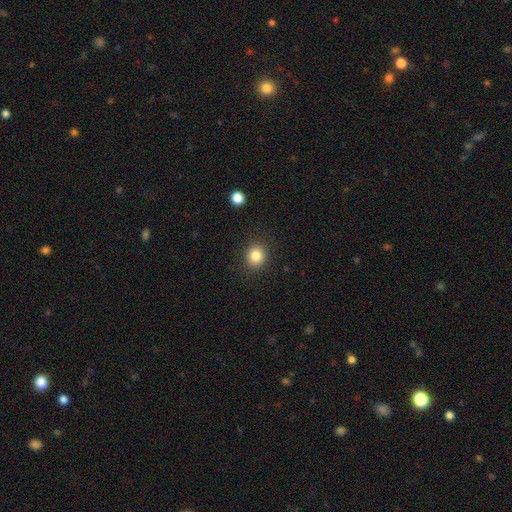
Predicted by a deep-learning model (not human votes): Smooth or featured? smooth (83%)
How rounded? round (85%)
Merging? none (89%)